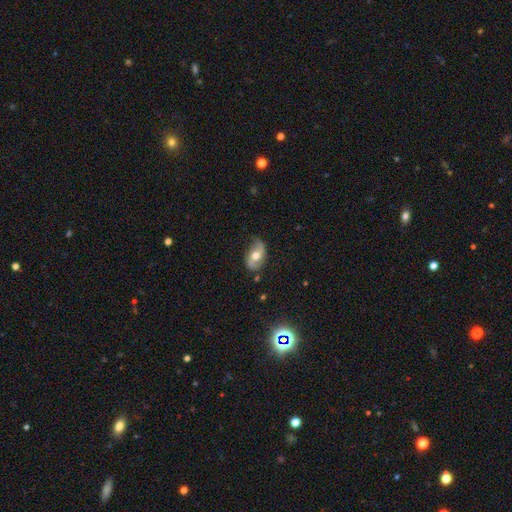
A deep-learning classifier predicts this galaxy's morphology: A featured or disk galaxy (64%) with no bar (61%), spiral arms (82%) and a moderate central bulge (78%). Merging: none (68%).